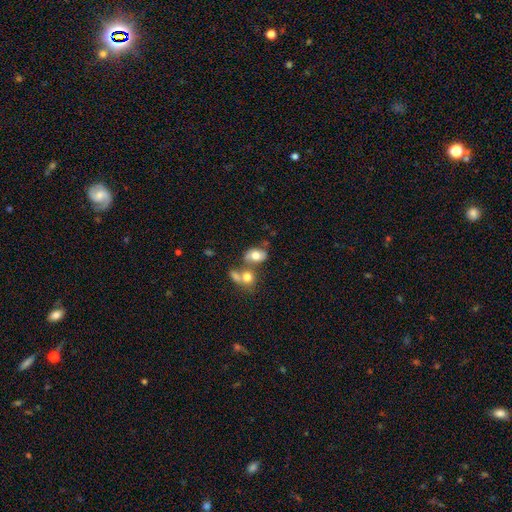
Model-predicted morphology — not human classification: type=smooth (65%); roundness=in between (73%); merging=none (41%).